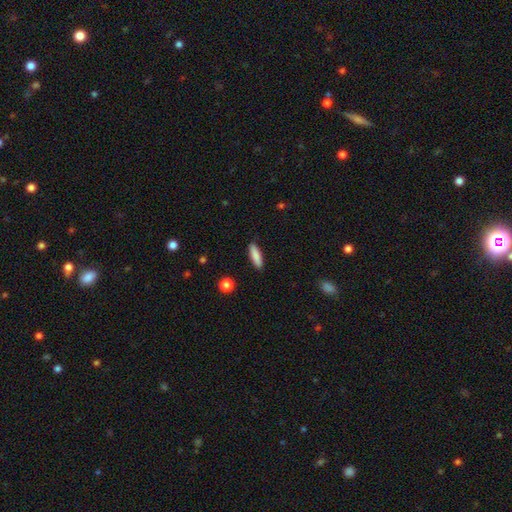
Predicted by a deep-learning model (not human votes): Smooth or featured?
  - smooth: 87% *
  - featured or disk: 7%
  - star or artifact: 6%
How rounded?
  - cigar-shaped: 62% *
  - in between: 36%
  - round: 2%
Merging?
  - none: 89% *
  - minor disturbance: 8%
  - major disturbance: 2%
  - merger: 1%